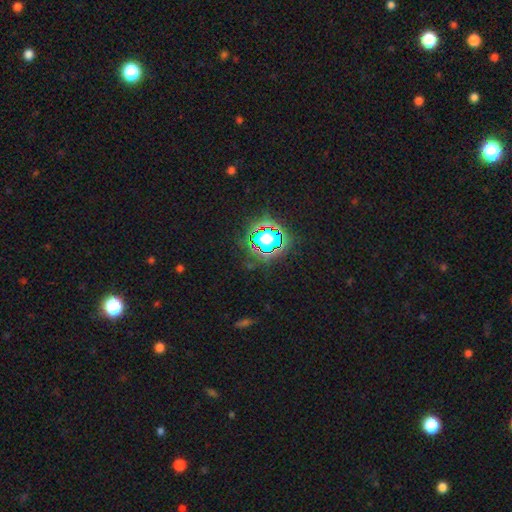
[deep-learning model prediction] A star or artifact, not a galaxy (81%).